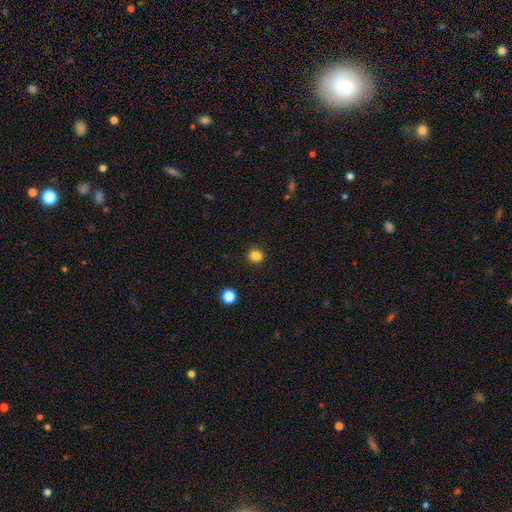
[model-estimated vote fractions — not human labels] smooth 84%, star or artifact 12%, featured or disk 4%. Down the decision tree: how rounded — round (89%); merging — none (91%).